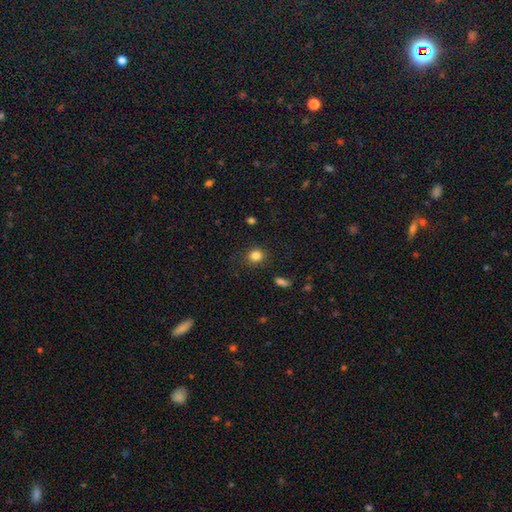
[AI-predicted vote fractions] Q: Smooth or featured?
A: smooth (84%); runner-up: star or artifact (12%)
Q: How rounded?
A: round (80%); runner-up: in between (19%)
Q: Merging?
A: none (86%); runner-up: minor disturbance (10%)